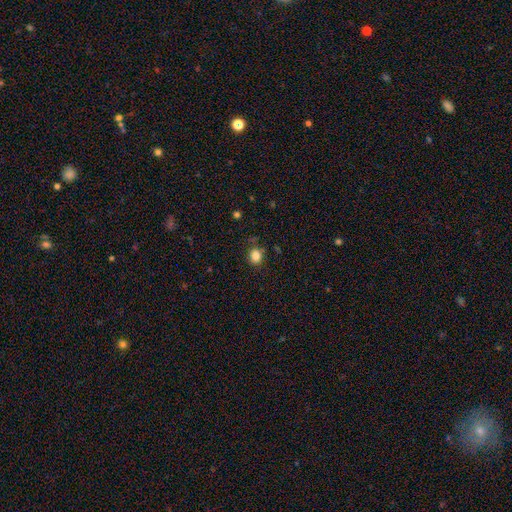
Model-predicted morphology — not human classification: smooth_or_featured: smooth (p=0.84) [alt: star or artifact p=0.11]
how_rounded: round (p=0.65) [alt: in between p=0.34]
merging: none (p=0.80) [alt: minor disturbance p=0.13]